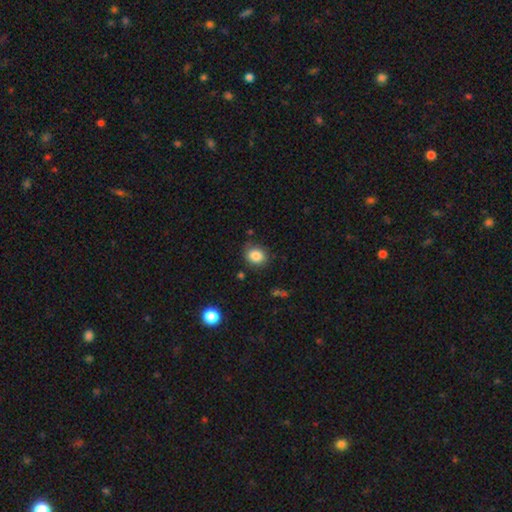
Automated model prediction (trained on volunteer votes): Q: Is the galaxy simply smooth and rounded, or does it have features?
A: smooth — 85%.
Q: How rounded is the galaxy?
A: round — 65%.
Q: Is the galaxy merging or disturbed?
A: none — 78%.